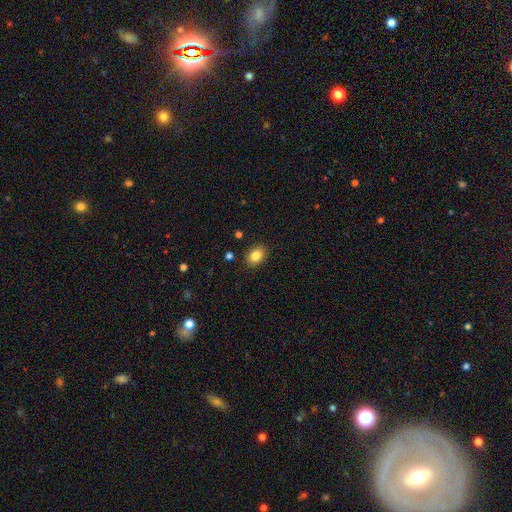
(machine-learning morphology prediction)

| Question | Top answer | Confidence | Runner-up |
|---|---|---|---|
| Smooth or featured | smooth | 85% | star or artifact (9%) |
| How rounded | in between | 73% | round (26%) |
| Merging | none | 87% | minor disturbance (9%) |